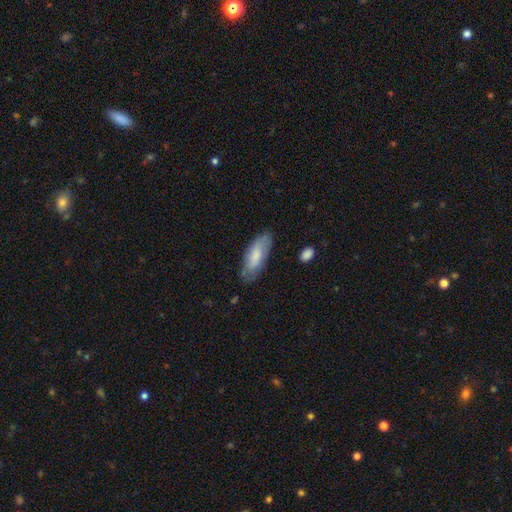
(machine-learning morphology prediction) type=smooth (73%); roundness=in between (70%); merging=none (73%).